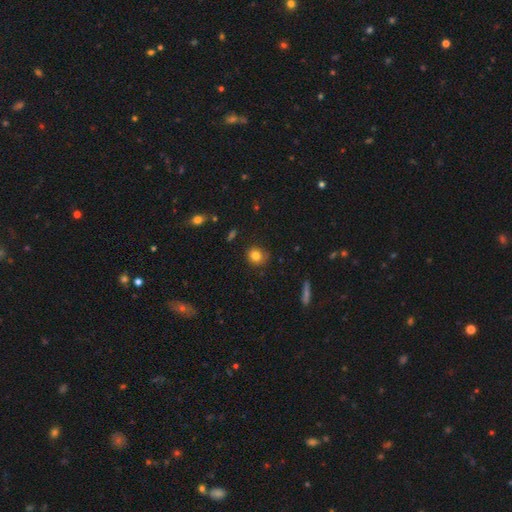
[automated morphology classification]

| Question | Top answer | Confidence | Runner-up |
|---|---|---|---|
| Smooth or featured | smooth | 80% | star or artifact (11%) |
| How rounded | round | 80% | in between (19%) |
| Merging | none | 80% | minor disturbance (15%) |